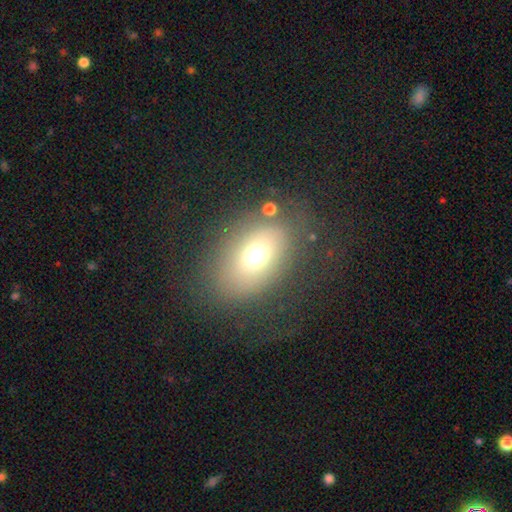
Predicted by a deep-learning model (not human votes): smooth_or_featured: smooth (p=0.66) [alt: featured or disk p=0.18]
how_rounded: in between (p=0.70) [alt: round p=0.28]
merging: none (p=0.72) [alt: minor disturbance p=0.14]